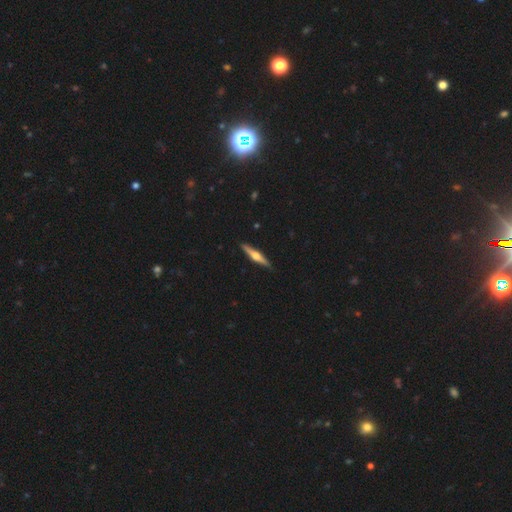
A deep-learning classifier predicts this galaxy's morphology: The model was most divided on "smooth or featured": featured or disk: 73%, smooth: 22%, star or artifact: 5%. More confident: edge-on disk — yes (98%); edge-on bulge — rounded (94%); merging — none (91%).